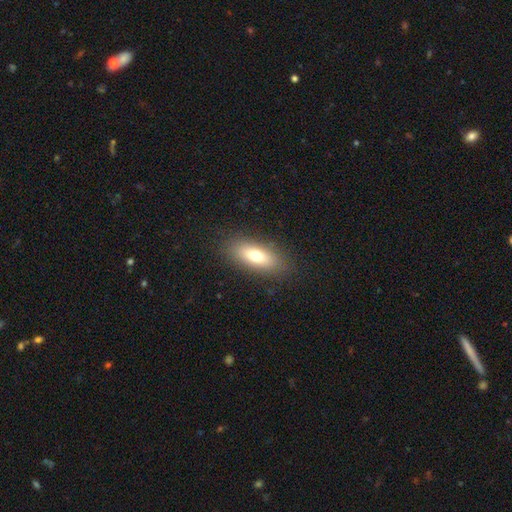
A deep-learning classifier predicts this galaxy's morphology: smooth 73%, featured or disk 18%, star or artifact 9%. Down the decision tree: how rounded — in between (77%); merging — none (86%).